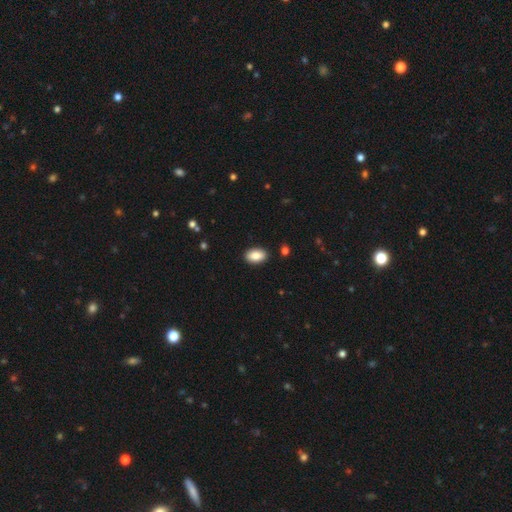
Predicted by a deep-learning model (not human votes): Smooth or featured?
  - smooth: 86% *
  - star or artifact: 7%
  - featured or disk: 7%
How rounded?
  - in between: 93% *
  - round: 6%
  - cigar-shaped: 2%
Merging?
  - none: 89% *
  - minor disturbance: 7%
  - major disturbance: 2%
  - merger: 1%